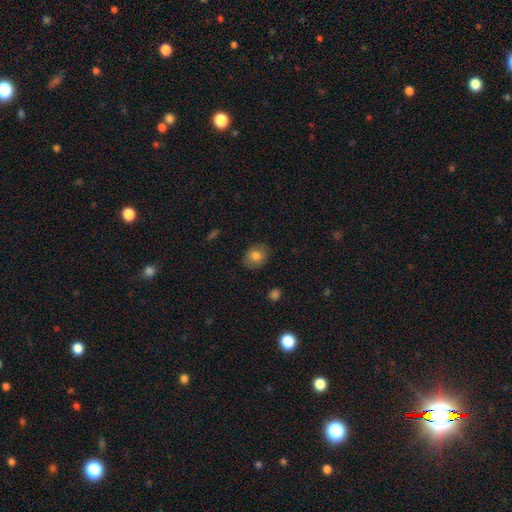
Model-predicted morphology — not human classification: smooth_or_featured: smooth (p=0.81) [alt: featured or disk p=0.10]
how_rounded: in between (p=0.54) [alt: round p=0.45]
merging: none (p=0.85) [alt: minor disturbance p=0.11]